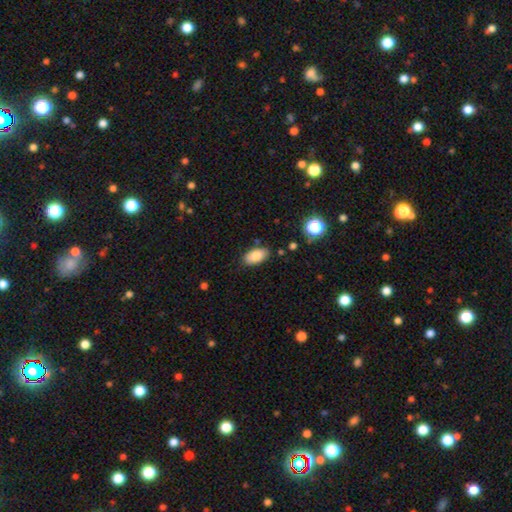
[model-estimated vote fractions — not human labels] Morphology: type=smooth (83%); roundness=in between (92%); merging=none (84%).